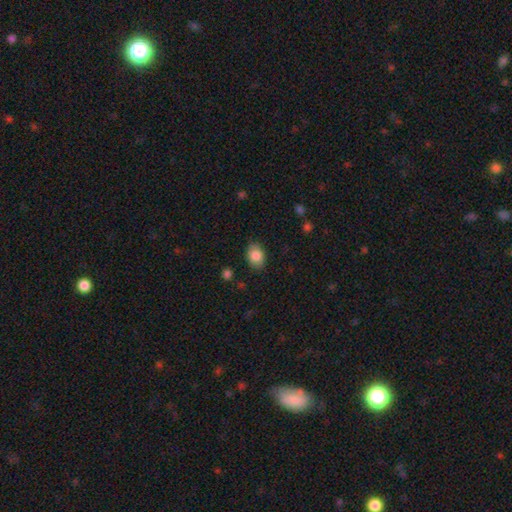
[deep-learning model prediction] Overall: smooth (85%). How rounded: in between (81%). Merging: none (85%).